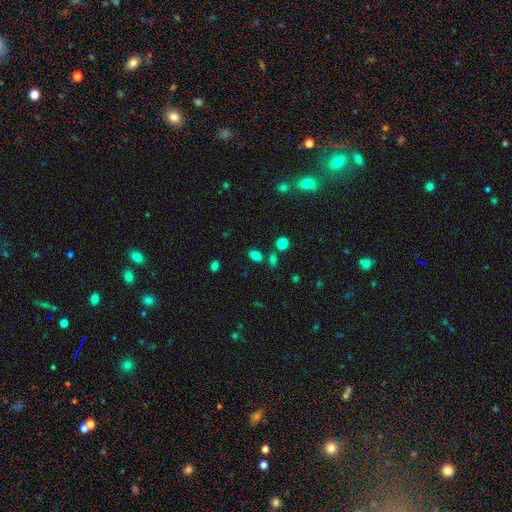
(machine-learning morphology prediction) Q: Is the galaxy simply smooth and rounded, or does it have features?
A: smooth — 78%.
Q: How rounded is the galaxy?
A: in between — 81%.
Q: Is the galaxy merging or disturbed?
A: none — 75%.